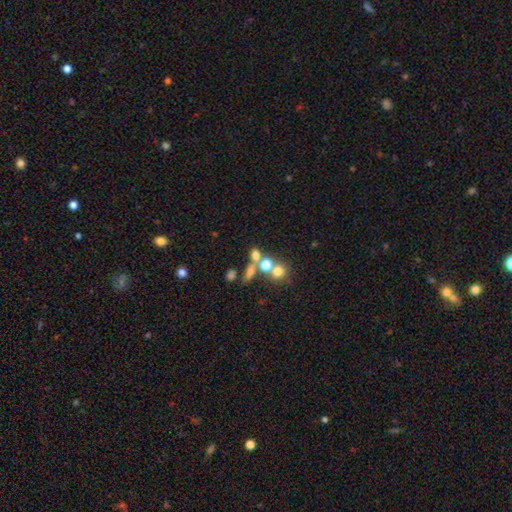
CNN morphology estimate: Smooth or featured? Predicted: smooth (p=0.61). How rounded? Predicted: round (p=0.58). Merging? Predicted: none (p=0.46).